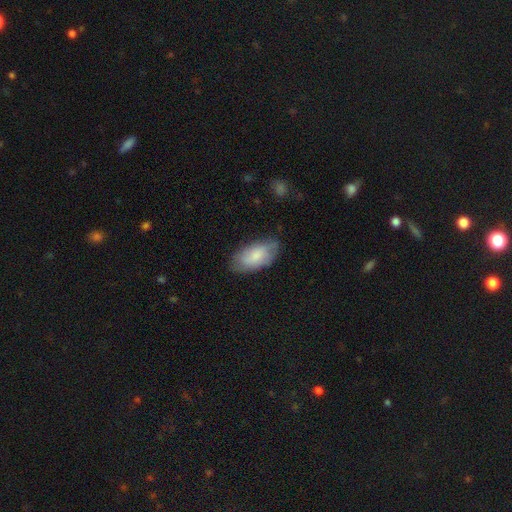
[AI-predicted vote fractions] This appears to be a smooth galaxy with no disk features (77%) that is in between round and cigar-shaped (94%). Merging: none (73%).